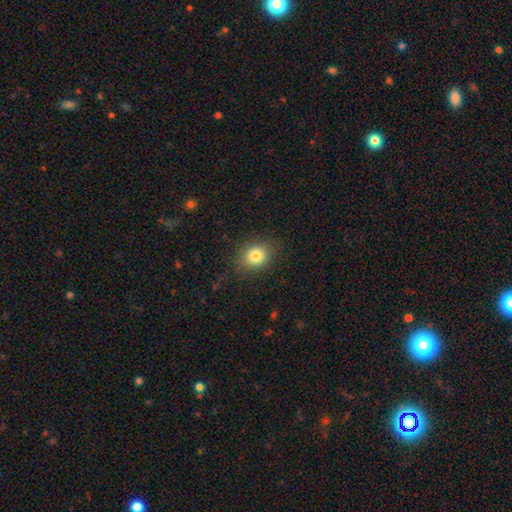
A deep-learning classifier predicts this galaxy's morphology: Smooth or featured: smooth — 82% (star or artifact — 10%)
How rounded: round — 60% (in between — 39%)
Merging: none — 83% (minor disturbance — 12%)